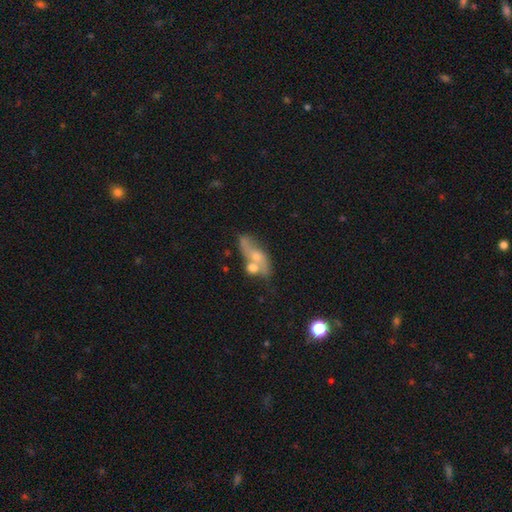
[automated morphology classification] This appears to be a featured or disk galaxy (54%). Merging: none (38%).